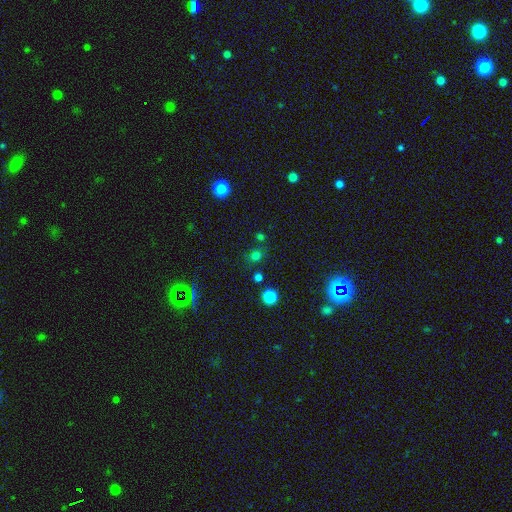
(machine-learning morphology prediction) The model was most divided on "smooth or featured": smooth: 67%, star or artifact: 28%, featured or disk: 6%. More confident: how rounded — round (82%); merging — none (80%).